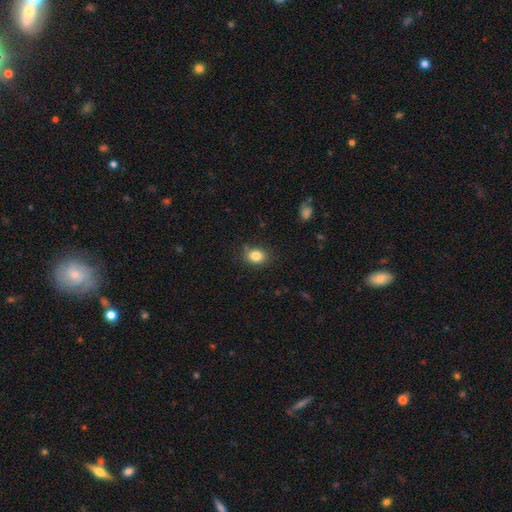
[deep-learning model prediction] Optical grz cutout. It shows a smooth galaxy with no disk features (84%) that is in between round and cigar-shaped (55%). Merging: none (83%).